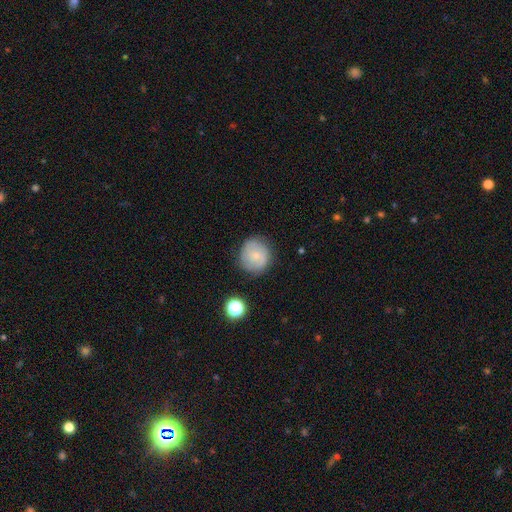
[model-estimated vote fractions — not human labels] This appears to be a smooth galaxy with no disk features (60%) that is round (90%). Merging: none (77%).